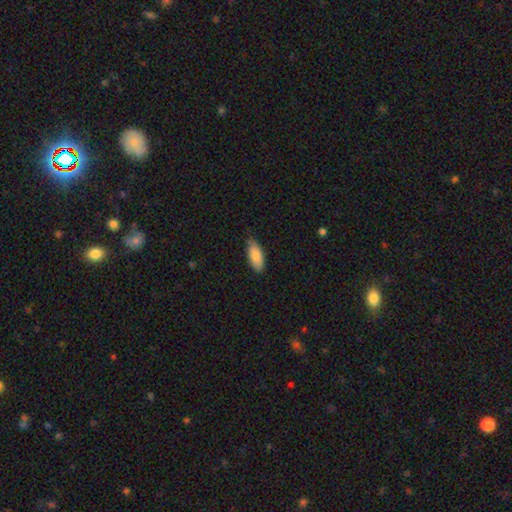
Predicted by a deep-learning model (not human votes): Overall: smooth (85%). How rounded: in between (83%). Merging: none (77%).